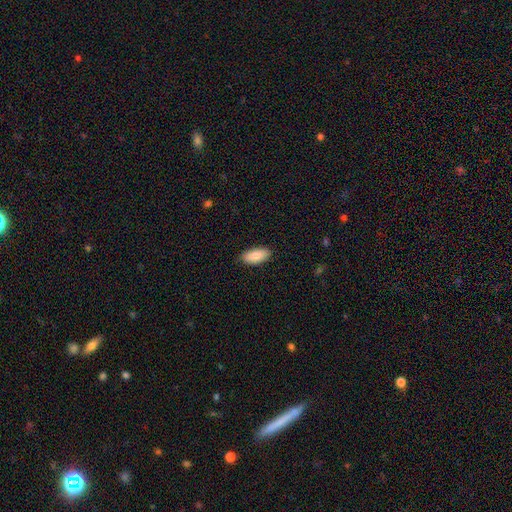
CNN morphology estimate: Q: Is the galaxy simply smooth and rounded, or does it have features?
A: smooth — 86%.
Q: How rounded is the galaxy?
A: in between — 89%.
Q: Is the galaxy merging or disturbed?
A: none — 87%.